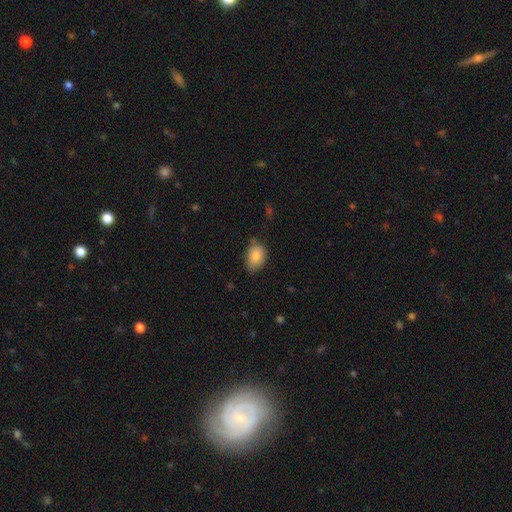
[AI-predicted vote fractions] The model was most divided on "merging": none: 64%, minor disturbance: 29%, major disturbance: 5%, merger: 2%. More confident: smooth or featured — smooth (84%); how rounded — in between (79%).